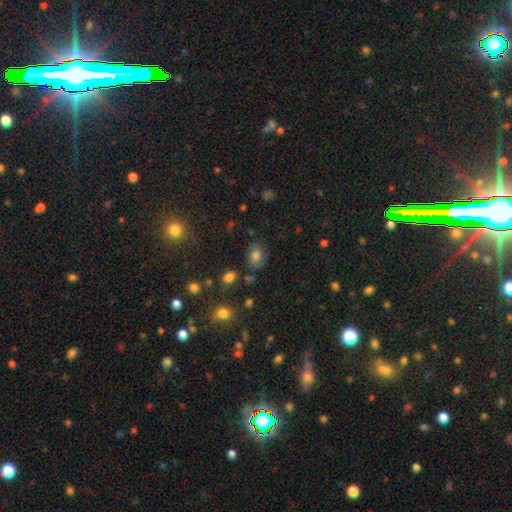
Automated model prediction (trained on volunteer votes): smooth-or-featured: smooth: 73% | star or artifact: 14% | featured or disk: 13%
  how-rounded: in between: 75% | round: 23% | cigar-shaped: 2%
  merging: none: 71% | minor disturbance: 19% | major disturbance: 6% | merger: 4%